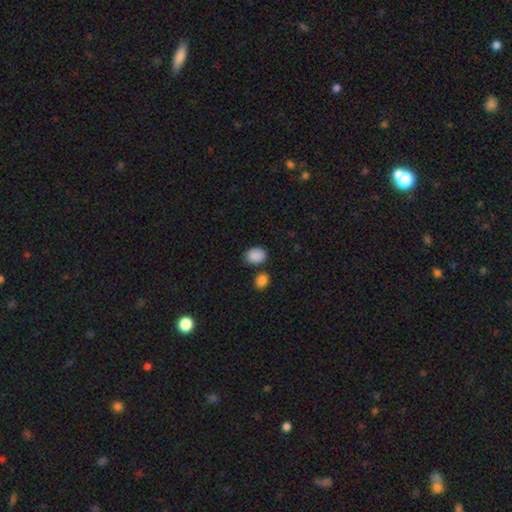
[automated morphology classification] The model was most divided on "how rounded": in between: 67%, round: 32%, cigar-shaped: 1%. More confident: smooth or featured — smooth (89%); merging — none (71%).